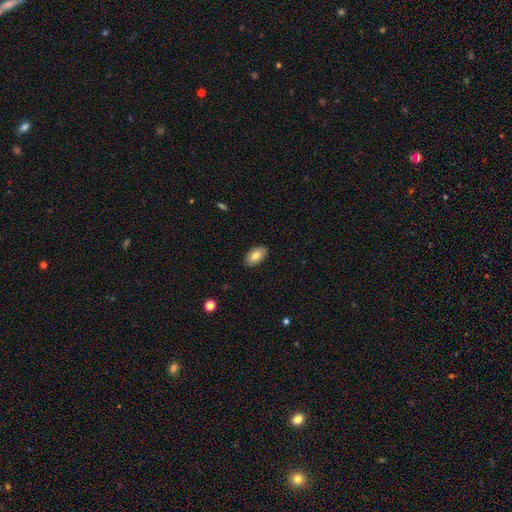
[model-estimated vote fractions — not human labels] This is likely a smooth galaxy (76%). How rounded: clearly in between (94%). Merging: clearly none (89%).